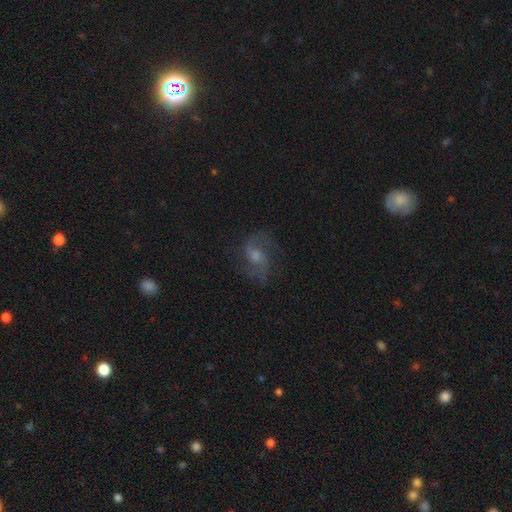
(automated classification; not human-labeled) This is likely a featured or disk galaxy (80%). It is clearly not viewed edge-on (97%). Bar: possibly weak (45%, tied with no). Spiral arm pattern: clearly yes (96%). Spiral arm count: clearly 2 (85%). Spiral winding: possibly medium (51%). Central bulge: possibly moderate (49%). Merging: likely none (75%).